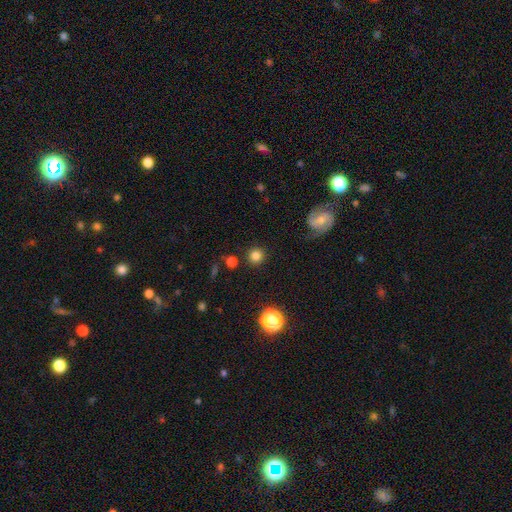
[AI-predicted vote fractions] Smooth or featured: smooth — 81% (star or artifact — 14%)
How rounded: round — 94% (in between — 5%)
Merging: none — 89% (minor disturbance — 6%)